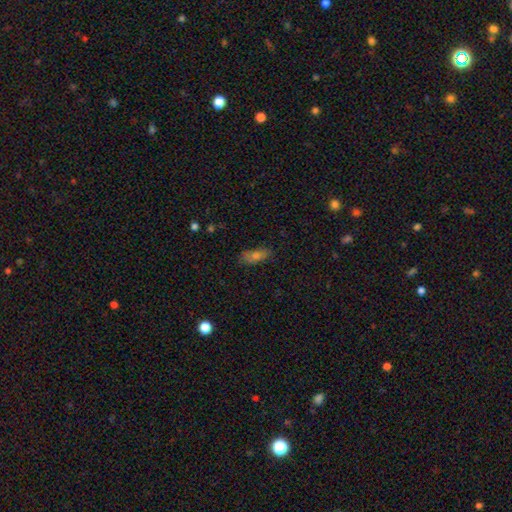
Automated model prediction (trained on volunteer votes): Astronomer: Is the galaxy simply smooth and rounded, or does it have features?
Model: smooth — 67%.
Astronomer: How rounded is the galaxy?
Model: in between — 69%.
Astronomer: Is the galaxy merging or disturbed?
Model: none — 81%.